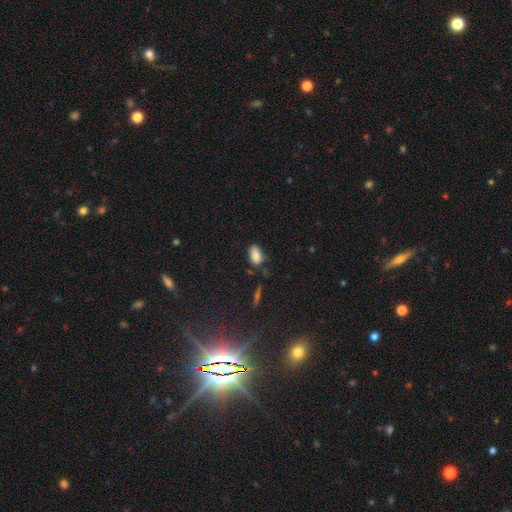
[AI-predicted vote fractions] Smooth or featured? Predicted: smooth (p=0.86). How rounded? Predicted: in between (p=0.92). Merging? Predicted: none (p=0.67).